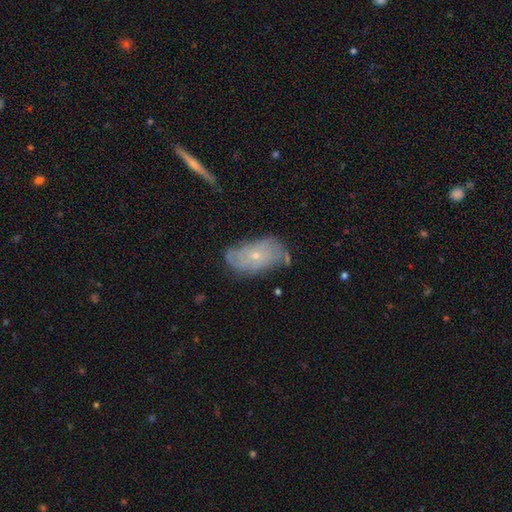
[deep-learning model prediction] Smooth or featured: featured or disk — 60% (smooth — 31%)
Edge-on disk: no — 91% (yes — 9%)
Bar: no — 85% (weak — 13%)
Spiral arms: yes — 67% (no — 33%)
Bulge size: small — 77% (moderate — 20%)
Merging: none — 63% (minor disturbance — 25%)